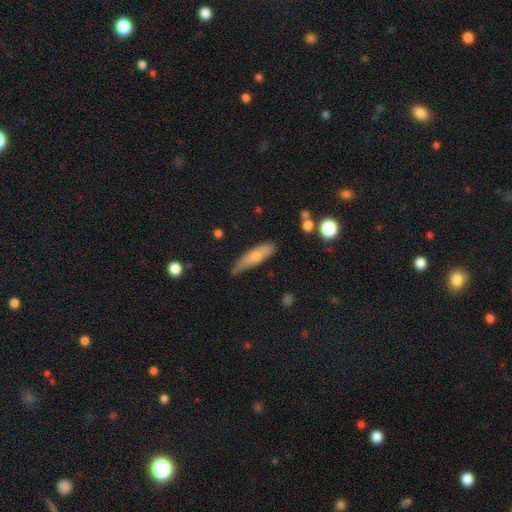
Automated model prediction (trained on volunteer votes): smooth-or-featured: smooth: 64% | featured or disk: 29% | star or artifact: 6%
  how-rounded: cigar-shaped: 67% | in between: 31% | round: 2%
  merging: none: 58% | minor disturbance: 32% | major disturbance: 7% | merger: 3%